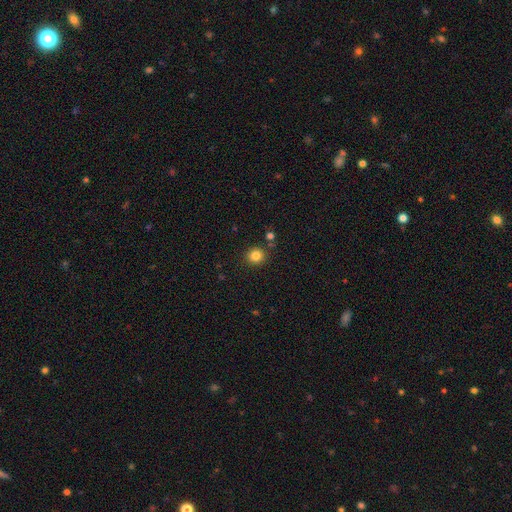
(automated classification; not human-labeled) smooth-or-featured: smooth: 83% | star or artifact: 12% | featured or disk: 5%
  how-rounded: round: 87% | in between: 12% | cigar-shaped: 1%
  merging: none: 86% | minor disturbance: 7% | merger: 4% | major disturbance: 2%